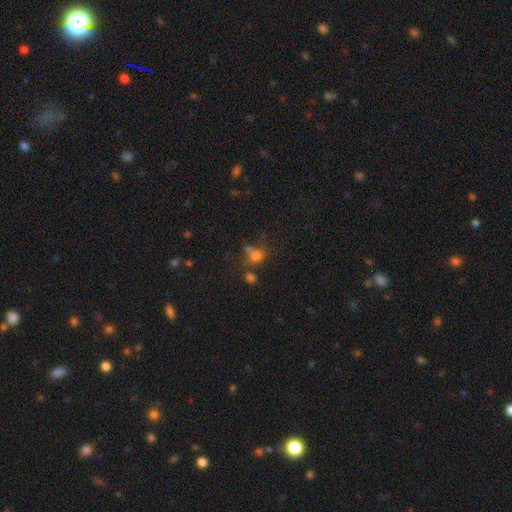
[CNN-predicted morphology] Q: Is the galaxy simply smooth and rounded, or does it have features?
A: smooth — 63%.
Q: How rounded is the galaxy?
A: round — 60%.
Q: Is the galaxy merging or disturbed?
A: none — 44%.